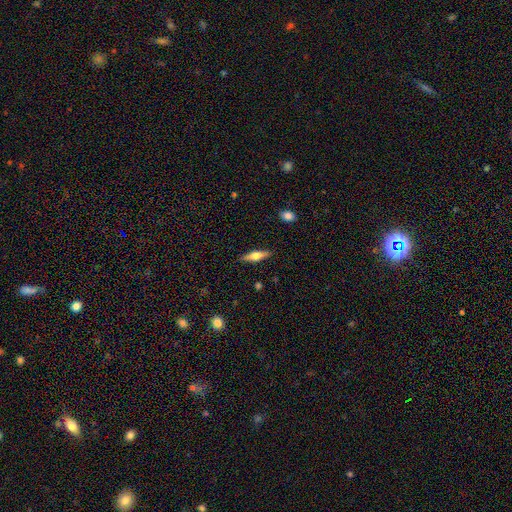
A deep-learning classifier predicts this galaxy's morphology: The model was most divided on "smooth or featured": featured or disk: 47%, smooth: 46%, star or artifact: 6%. More confident: merging — none (88%).